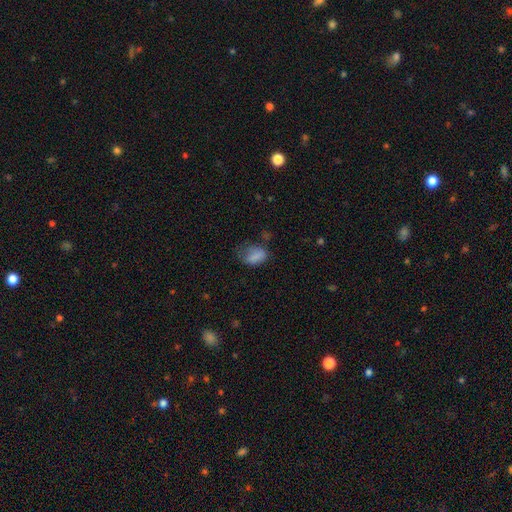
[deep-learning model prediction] Smooth or featured?
  - smooth: 78% *
  - star or artifact: 11%
  - featured or disk: 11%
How rounded?
  - in between: 86% *
  - round: 11%
  - cigar-shaped: 2%
Merging?
  - none: 36% *
  - minor disturbance: 33%
  - major disturbance: 28%
  - merger: 3%